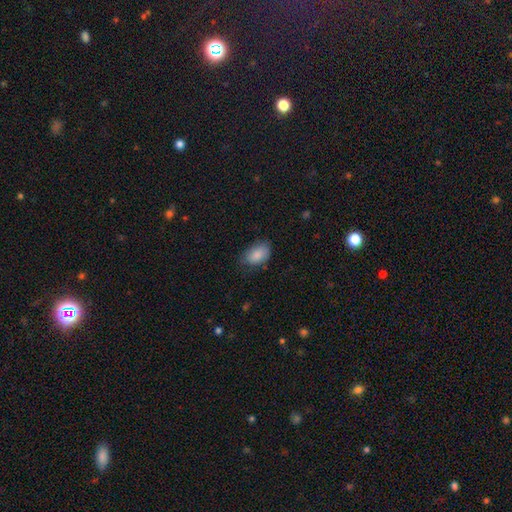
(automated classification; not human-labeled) This is clearly a smooth galaxy (87%). How rounded: clearly in between (91%). Merging: likely none (68%).